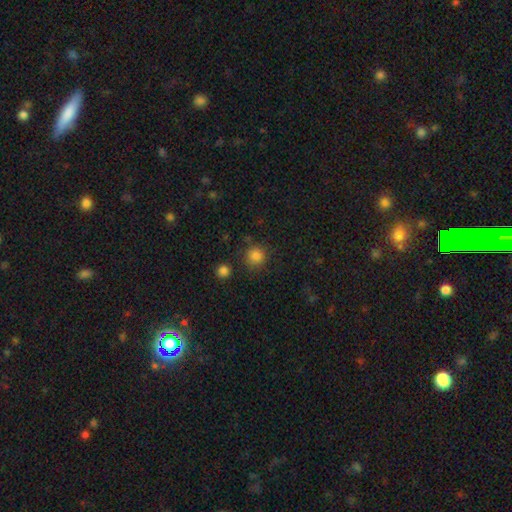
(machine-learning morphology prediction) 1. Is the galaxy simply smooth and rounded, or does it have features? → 84% smooth, 12% star or artifact, 4% featured or disk.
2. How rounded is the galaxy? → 92% round, 7% in between, 1% cigar-shaped.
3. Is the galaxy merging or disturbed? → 83% none, 10% minor disturbance, 4% major disturbance, 4% merger.